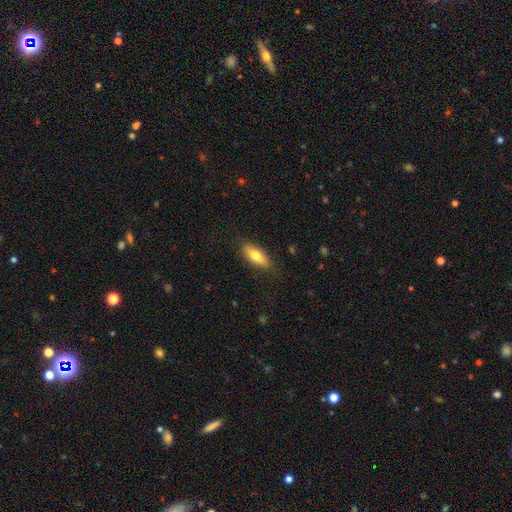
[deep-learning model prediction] smooth_or_featured: smooth (p=0.72) [alt: featured or disk p=0.21]
how_rounded: in between (p=0.72) [alt: cigar-shaped p=0.25]
merging: none (p=0.85) [alt: minor disturbance p=0.11]